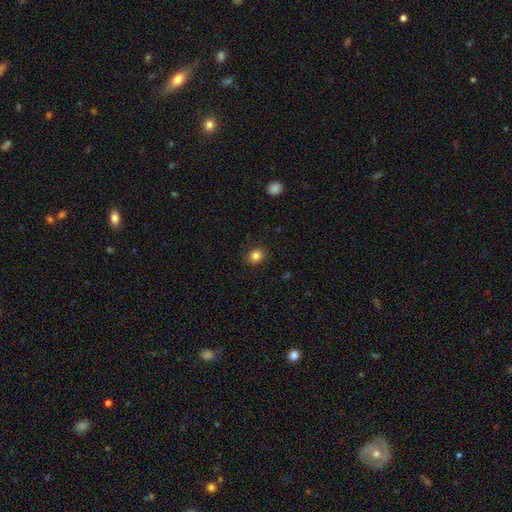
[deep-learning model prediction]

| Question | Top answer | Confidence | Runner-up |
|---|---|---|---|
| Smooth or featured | smooth | 83% | star or artifact (11%) |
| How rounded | round | 72% | in between (27%) |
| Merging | none | 89% | minor disturbance (8%) |